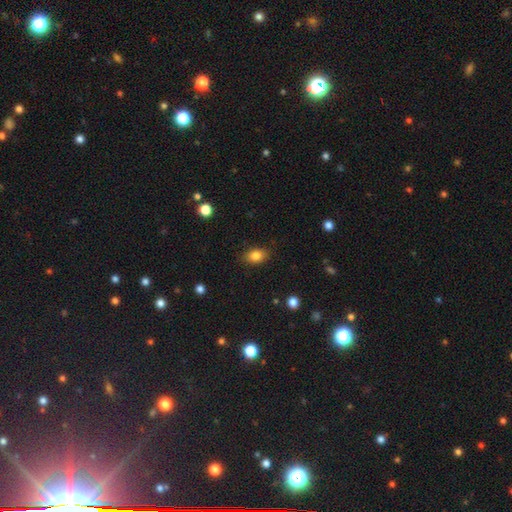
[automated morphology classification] type=smooth (84%); roundness=in between (80%); merging=none (85%).